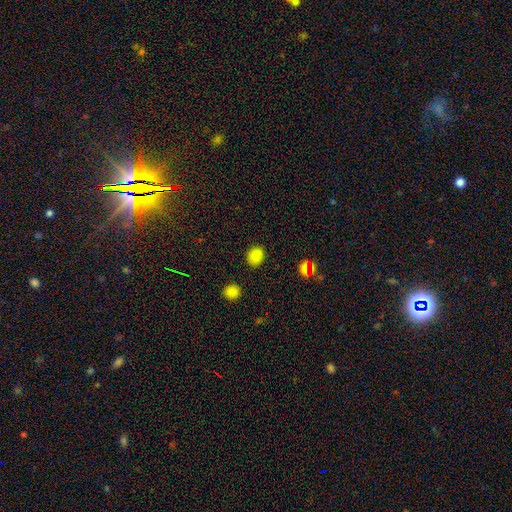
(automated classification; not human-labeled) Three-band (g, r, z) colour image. It shows a smooth galaxy with no disk features (82%) that is round (60%). Merging: none (86%).